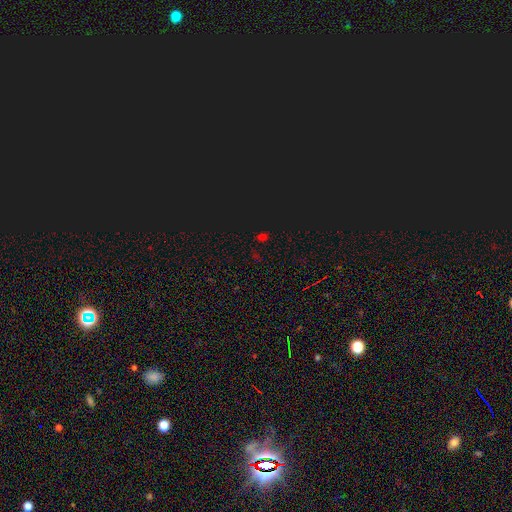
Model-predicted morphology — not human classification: Q: Smooth or featured?
A: star or artifact (64%); runner-up: smooth (30%)